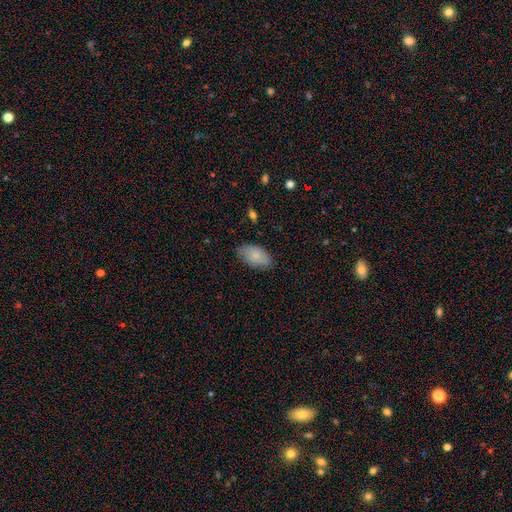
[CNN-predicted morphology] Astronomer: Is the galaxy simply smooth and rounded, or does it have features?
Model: smooth — 81%.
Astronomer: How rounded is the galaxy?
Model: in between — 93%.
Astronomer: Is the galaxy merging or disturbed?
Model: none — 77%.